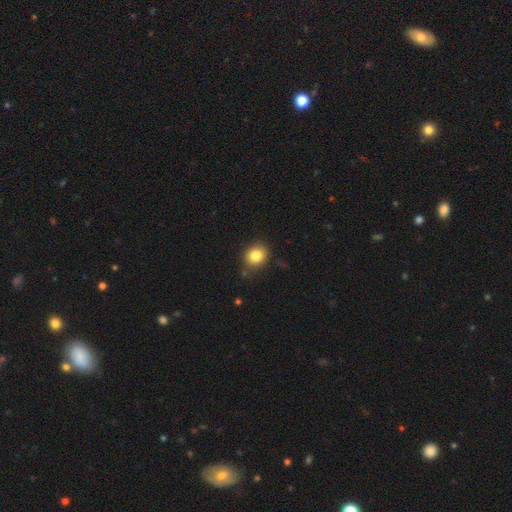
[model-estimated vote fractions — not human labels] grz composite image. It shows a smooth galaxy with no disk features (84%) that is round (67%). Merging: none (83%).